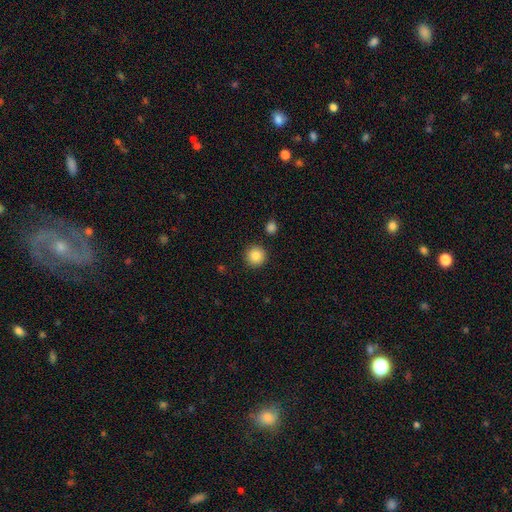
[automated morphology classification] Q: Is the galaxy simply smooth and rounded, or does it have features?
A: smooth — 87%.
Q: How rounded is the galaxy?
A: round — 95%.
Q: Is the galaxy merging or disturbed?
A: none — 89%.